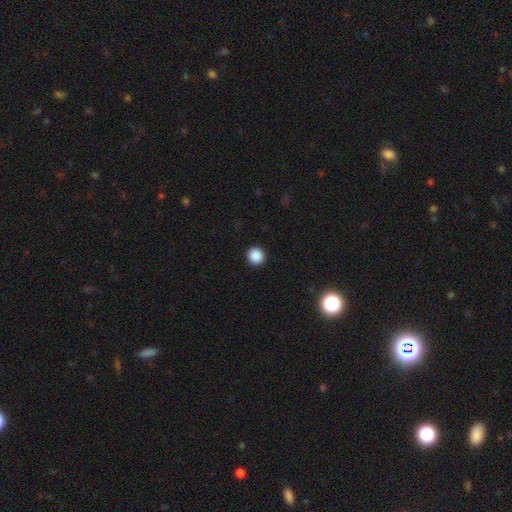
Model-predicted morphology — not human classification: type=smooth (88%); roundness=round (94%); merging=none (93%).